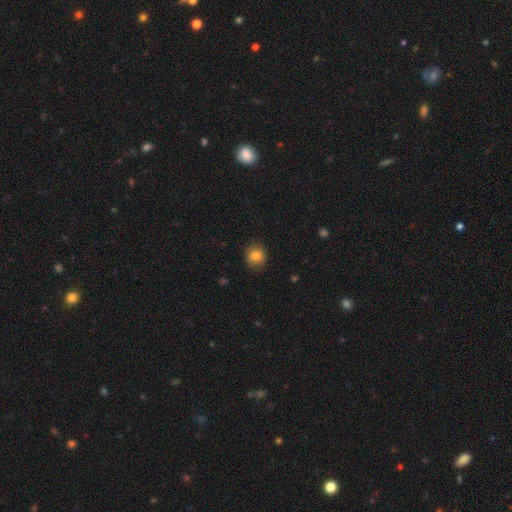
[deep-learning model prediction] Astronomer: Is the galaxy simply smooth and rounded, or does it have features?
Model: smooth — 81%.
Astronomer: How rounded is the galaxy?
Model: round — 75%.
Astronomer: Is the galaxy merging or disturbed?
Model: none — 86%.